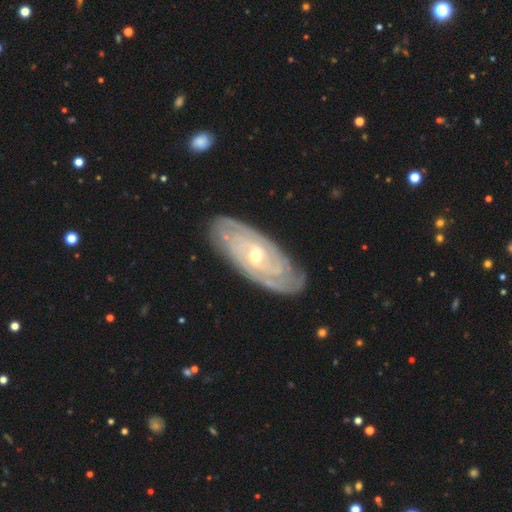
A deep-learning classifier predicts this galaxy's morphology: Overall: featured or disk (87%). Edge-on disk: no (91%). Bar: no (55%; weak 35%). Spiral arms: yes (95%). Spiral arm count: can't tell (38%; 2 22%). Spiral winding: tight (78%). Bulge size: small (56%; moderate 42%). Merging: none (80%).